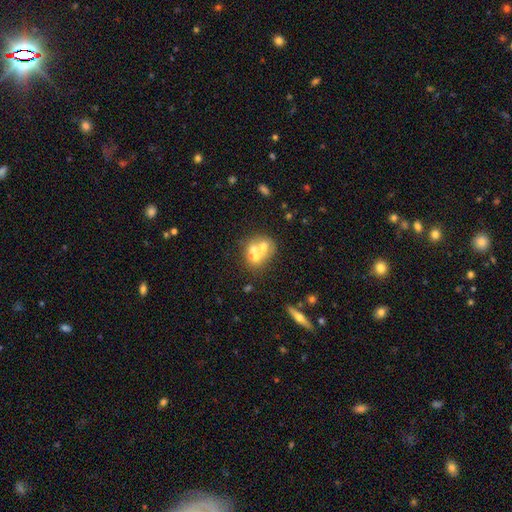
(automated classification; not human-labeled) Overall: smooth (44%; featured or disk 43%). Merging: merger (60%; none 29%).